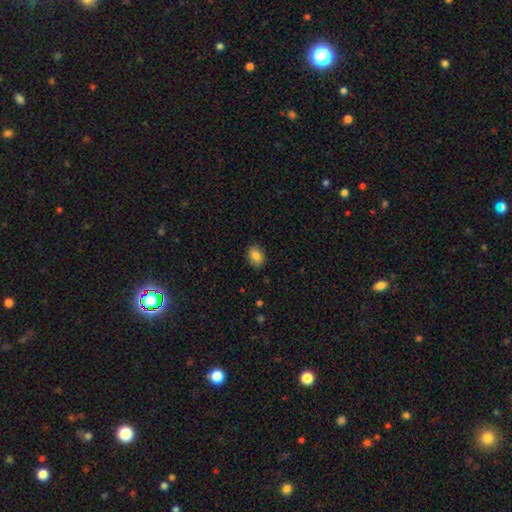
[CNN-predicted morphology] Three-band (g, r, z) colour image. It shows a smooth galaxy with no disk features (84%) that is in between round and cigar-shaped (73%). Merging: none (87%).